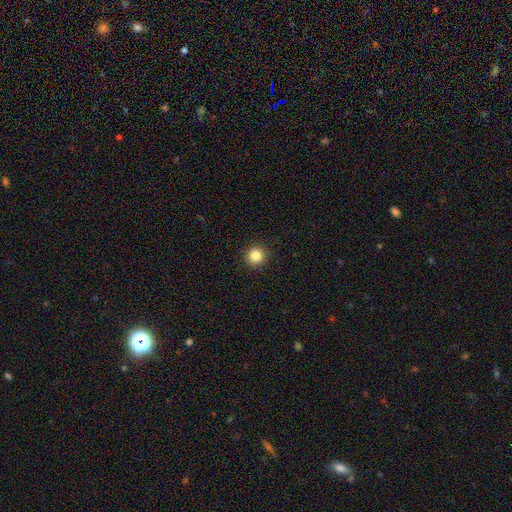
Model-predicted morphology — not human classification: Q: Smooth or featured?
A: smooth (84%); runner-up: star or artifact (11%)
Q: How rounded?
A: round (95%); runner-up: in between (4%)
Q: Merging?
A: none (93%); runner-up: minor disturbance (5%)